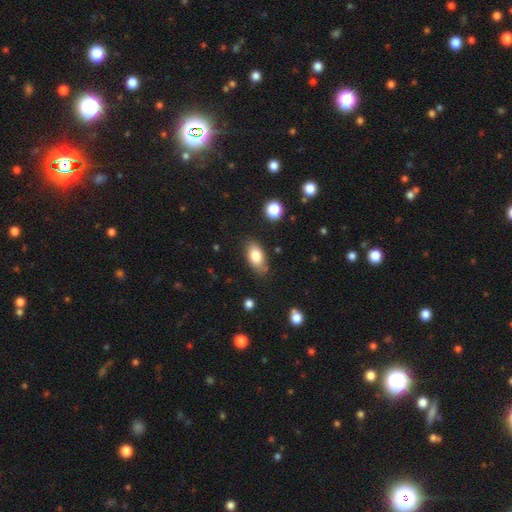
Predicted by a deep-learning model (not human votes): A smooth galaxy with no disk features (81%) that is in between round and cigar-shaped (90%). Merging: none (78%).